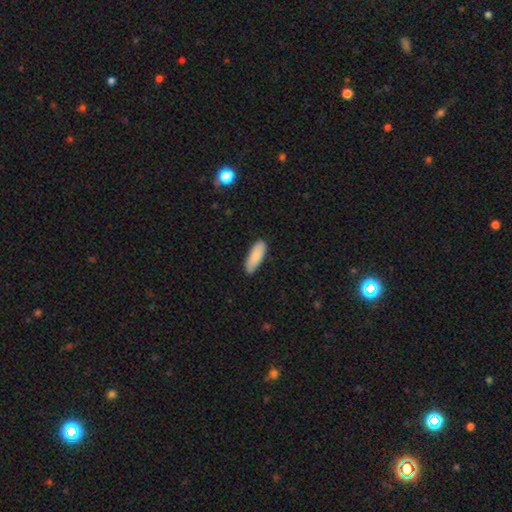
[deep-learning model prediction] Morphology: type=smooth (85%); roundness=in between (65%); merging=none (83%).